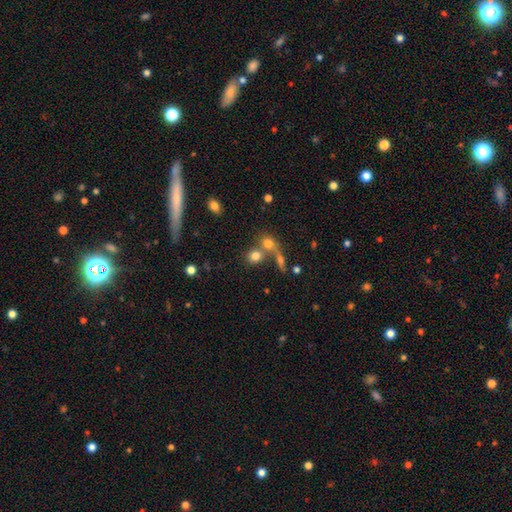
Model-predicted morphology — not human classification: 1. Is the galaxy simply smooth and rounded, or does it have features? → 75% smooth, 13% star or artifact, 12% featured or disk.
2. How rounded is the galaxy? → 74% round, 24% in between, 2% cigar-shaped.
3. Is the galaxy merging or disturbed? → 44% merger, 43% none, 8% minor disturbance, 6% major disturbance.